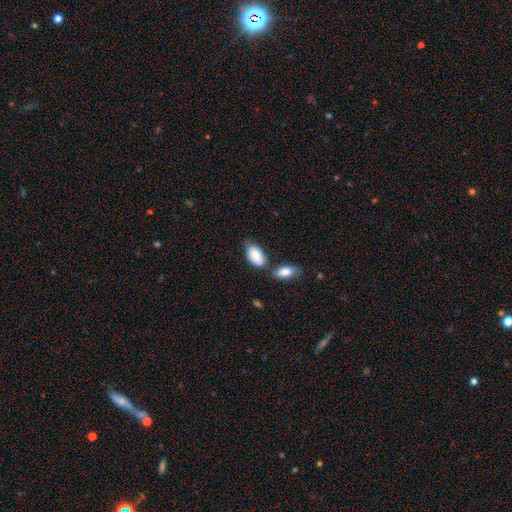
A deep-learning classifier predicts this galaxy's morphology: Smooth or featured? smooth (87%)
How rounded? in between (94%)
Merging? none (55%)